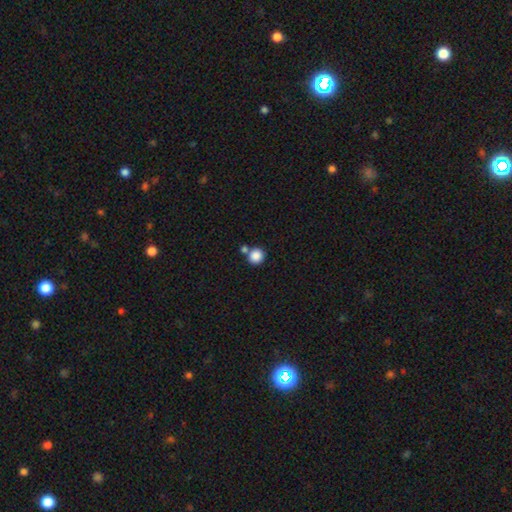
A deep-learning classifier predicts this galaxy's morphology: The model was most divided on "merging": none: 66%, merger: 23%, minor disturbance: 8%, major disturbance: 3%. More confident: how rounded — round (91%); smooth or featured — smooth (86%).